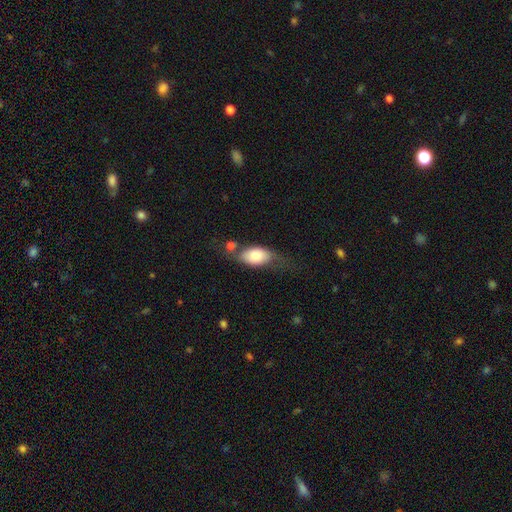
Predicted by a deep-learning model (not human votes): smooth_or_featured: smooth (p=0.71) [alt: featured or disk p=0.22]
how_rounded: in between (p=0.87) [alt: round p=0.09]
merging: none (p=0.42) [alt: minor disturbance p=0.24]